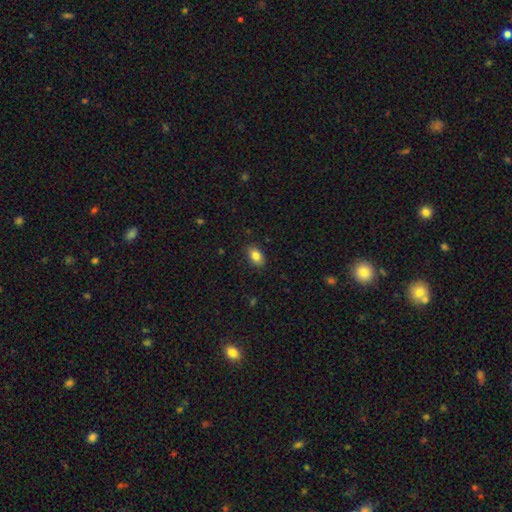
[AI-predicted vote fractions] Smooth or featured? smooth (84%)
How rounded? in between (88%)
Merging? none (87%)